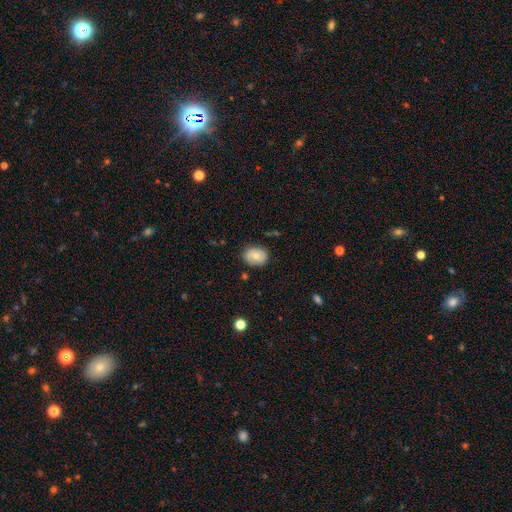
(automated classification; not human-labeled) Smooth or featured? smooth (62%)
How rounded? round (54%)
Merging? none (79%)